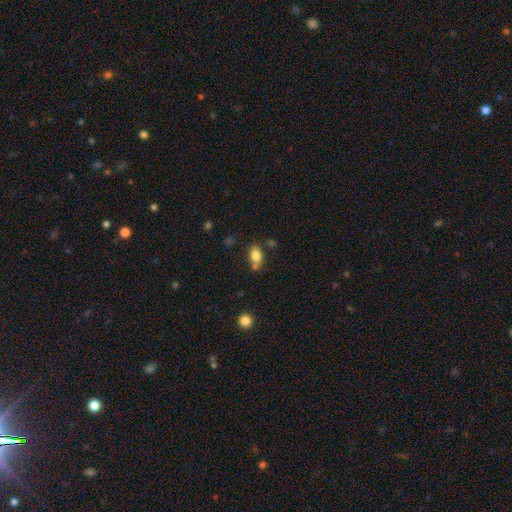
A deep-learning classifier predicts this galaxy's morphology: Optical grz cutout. It shows a smooth galaxy with no disk features (81%) that is in between round and cigar-shaped (82%). Merging: none (63%).